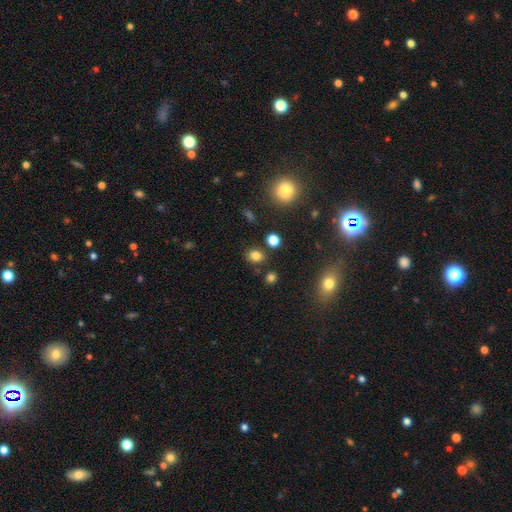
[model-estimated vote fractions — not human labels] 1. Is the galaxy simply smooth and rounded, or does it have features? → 80% smooth, 14% star or artifact, 6% featured or disk.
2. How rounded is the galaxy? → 53% round, 46% in between, 1% cigar-shaped.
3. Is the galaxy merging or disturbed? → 81% none, 9% minor disturbance, 6% merger, 3% major disturbance.